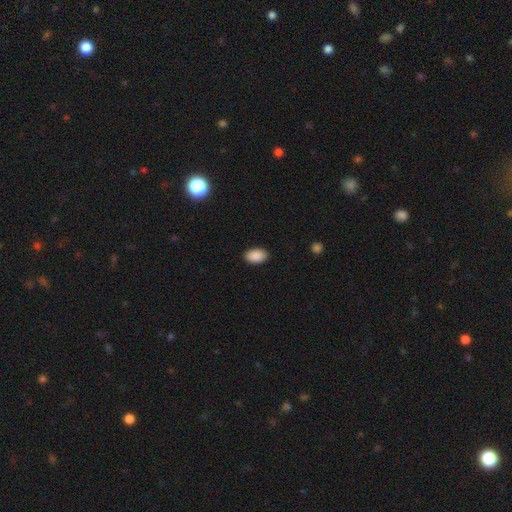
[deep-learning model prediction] The model was most divided on "merging": none: 89%, minor disturbance: 8%, major disturbance: 2%, merger: 1%. More confident: how rounded — in between (91%); smooth or featured — smooth (90%).